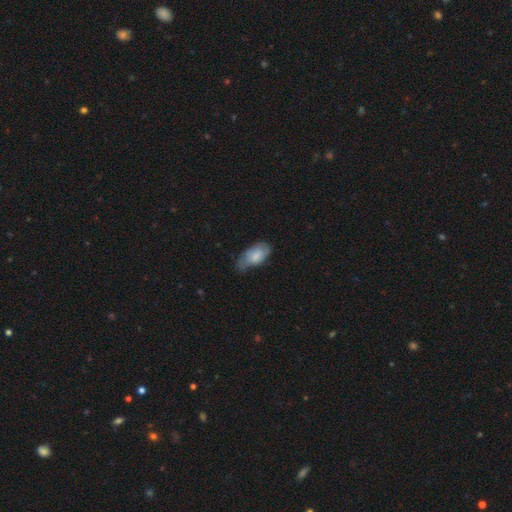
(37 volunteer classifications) smooth_or_featured: smooth (p=0.65) [alt: featured or disk p=0.27]
how_rounded: in between (p=0.96) [alt: round p=0.04]
merging: none (p=0.53) [alt: minor disturbance p=0.24]